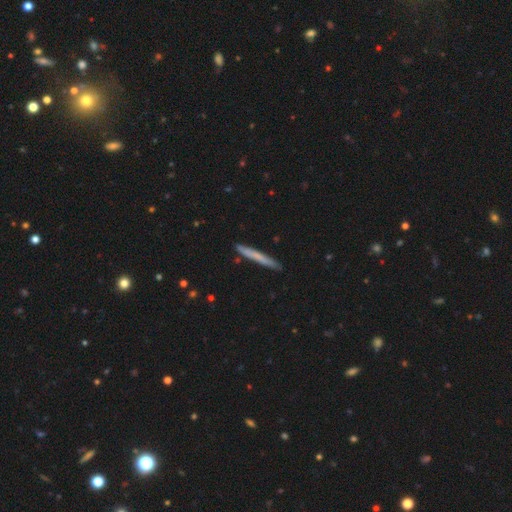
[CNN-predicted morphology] A smooth galaxy with no disk features (64%) that is cigar-shaped (97%). Merging: none (89%).